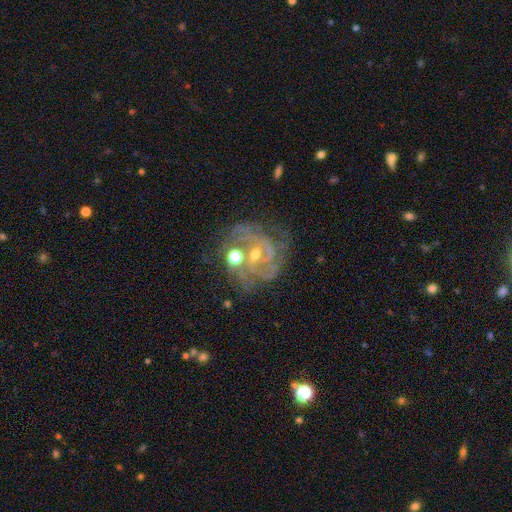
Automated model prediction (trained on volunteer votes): Overall: featured or disk (76%). Edge-on disk: no (97%). Bar: no (53%; weak 35%). Spiral arms: yes (92%). Spiral arm count: can't tell (28%; 3 24%). Spiral winding: tight (59%; medium 32%). Bulge size: small (60%; moderate 34%). Merging: none (64%).